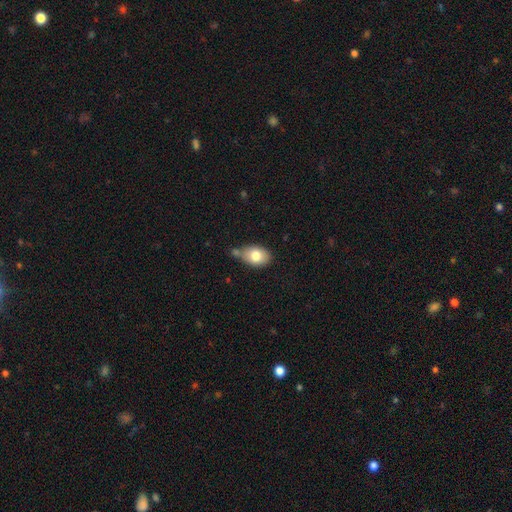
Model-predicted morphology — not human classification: type=smooth (78%); roundness=in between (81%); merging=none (55%).